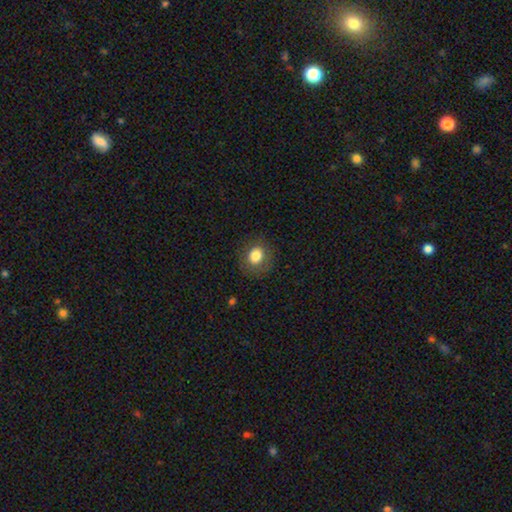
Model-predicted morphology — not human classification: Smooth or featured?
  - smooth: 82% *
  - star or artifact: 10%
  - featured or disk: 8%
How rounded?
  - round: 73% *
  - in between: 26%
  - cigar-shaped: 1%
Merging?
  - none: 83% *
  - minor disturbance: 12%
  - major disturbance: 5%
  - merger: 1%